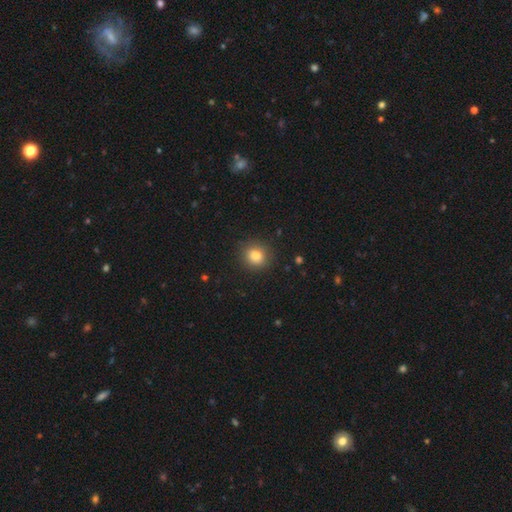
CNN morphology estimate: This is clearly a smooth galaxy (82%). How rounded: clearly round (85%). Merging: clearly none (89%).